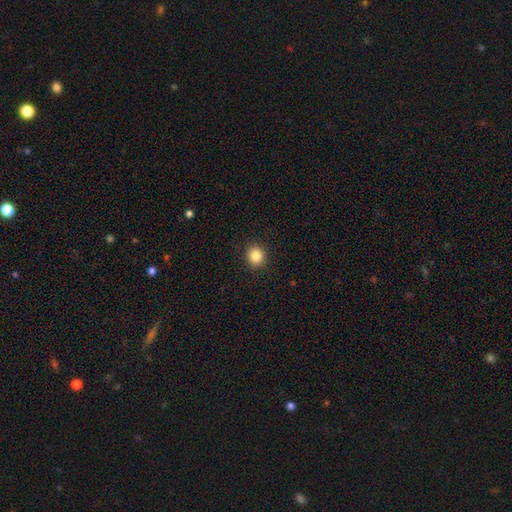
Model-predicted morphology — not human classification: This is clearly a smooth galaxy (85%). How rounded: clearly round (89%). Merging: clearly none (92%).